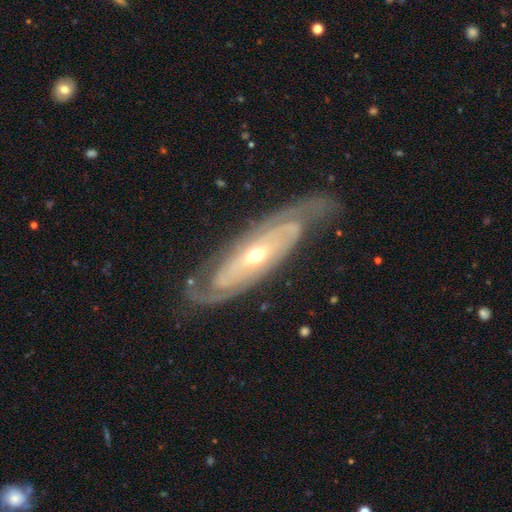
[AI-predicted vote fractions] Smooth or featured? featured or disk (87%)
Edge-on disk? no (85%)
Bar? no (67%)
Spiral arms? yes (93%)
Spiral winding? tight (67%)
Spiral arm count? 2 (69%)
Bulge size? moderate (57%)
Merging? none (77%)